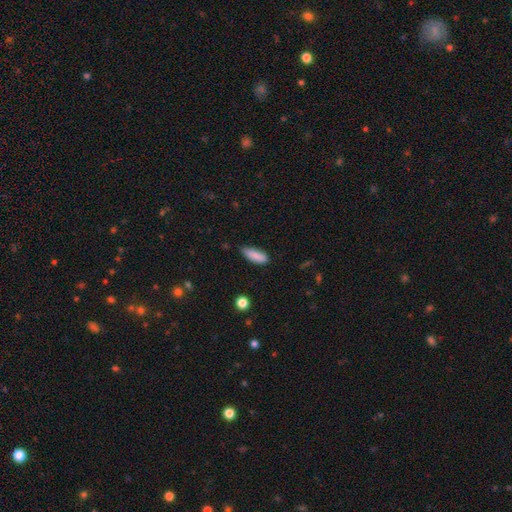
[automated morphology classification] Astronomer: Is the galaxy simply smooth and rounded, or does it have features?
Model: smooth — 87%.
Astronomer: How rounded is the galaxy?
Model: in between — 63%.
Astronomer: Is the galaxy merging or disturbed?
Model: none — 65%.